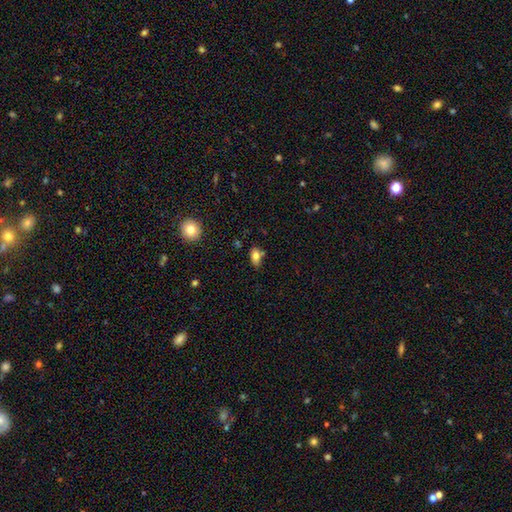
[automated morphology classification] A smooth galaxy with no disk features (78%) that is in between round and cigar-shaped (84%).

Vote fractions:
- Smooth or featured? smooth: 78% / featured or disk: 12% / star or artifact: 10%
- How rounded? in between: 84% / round: 13% / cigar-shaped: 4%
- Merging? none: 67% / minor disturbance: 18% / merger: 11% / major disturbance: 4%